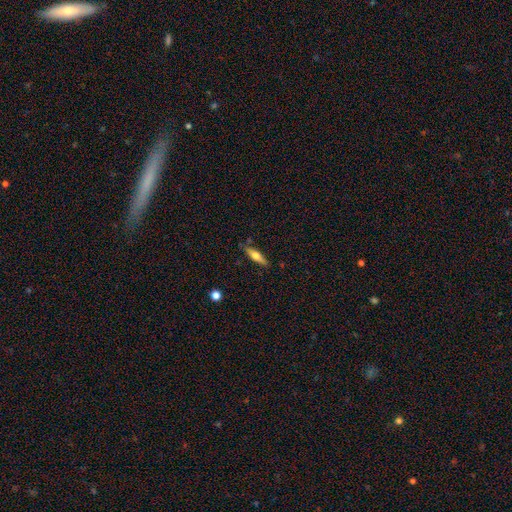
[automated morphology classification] Overall: smooth (49%; featured or disk 45%). Merging: none (82%).